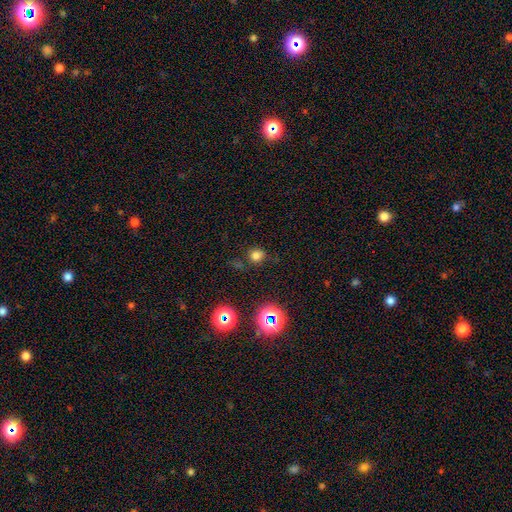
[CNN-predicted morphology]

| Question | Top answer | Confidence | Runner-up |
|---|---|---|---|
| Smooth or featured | smooth | 72% | star or artifact (22%) |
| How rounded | round | 79% | in between (20%) |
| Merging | none | 77% | minor disturbance (15%) |